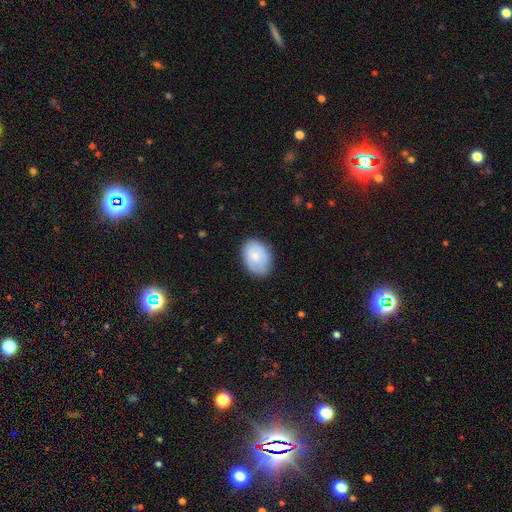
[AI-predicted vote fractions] This is likely a smooth galaxy (76%). How rounded: likely in between (76%). Merging: likely none (78%).